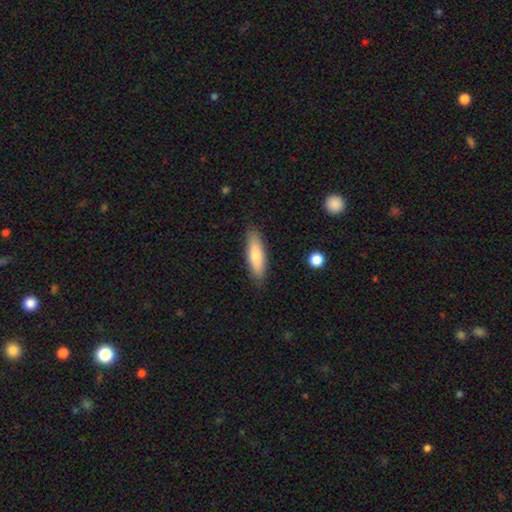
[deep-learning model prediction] Smooth or featured? smooth (75%)
How rounded? cigar-shaped (58%)
Merging? none (86%)